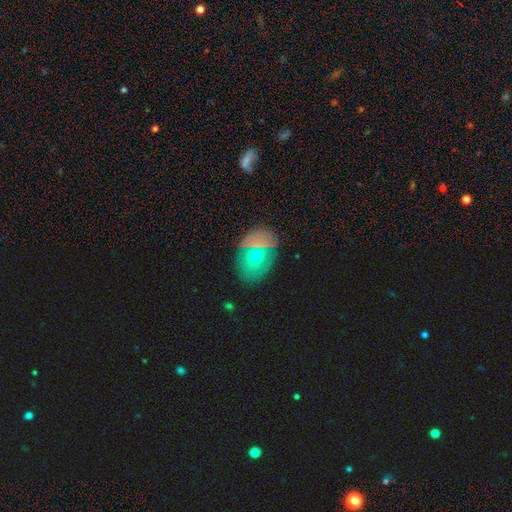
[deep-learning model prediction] A smooth galaxy with no disk features (49%).

Vote fractions:
- Smooth or featured? smooth: 49% / featured or disk: 31% / star or artifact: 20%
- Merging? none: 74% / minor disturbance: 15% / merger: 6% / major disturbance: 5%